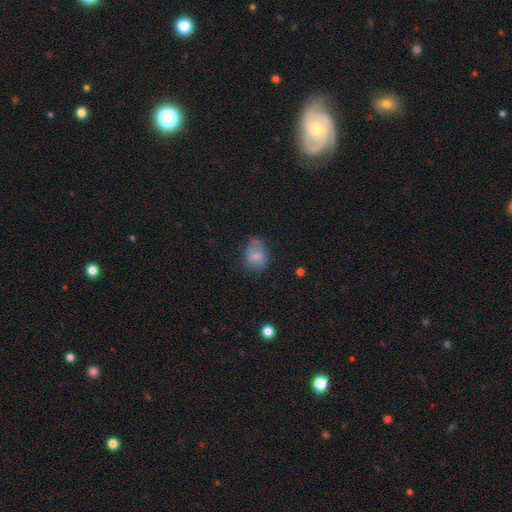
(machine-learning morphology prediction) smooth 70%, featured or disk 20%, star or artifact 11%. Down the decision tree: how rounded — in between (61%); merging — none (40%).